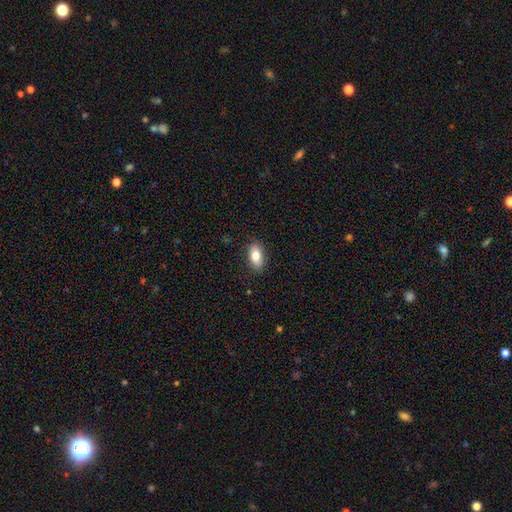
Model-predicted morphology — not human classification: smooth 80%, featured or disk 13%, star or artifact 7%. Down the decision tree: how rounded — in between (87%); merging — none (87%).